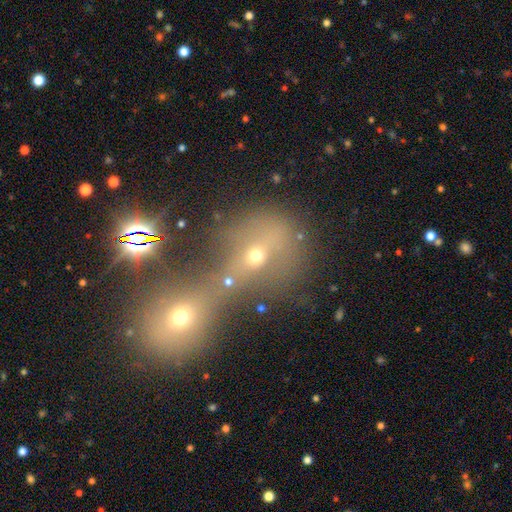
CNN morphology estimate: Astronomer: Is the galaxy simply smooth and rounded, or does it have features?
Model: smooth — 51%.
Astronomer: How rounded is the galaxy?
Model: round — 60% (runner-up: in between, 36%).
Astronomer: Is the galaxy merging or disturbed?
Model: merger — 72%.